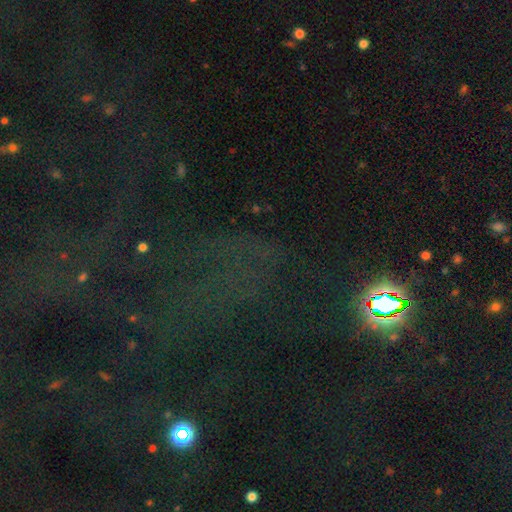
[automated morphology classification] Smooth or featured? Predicted: star or artifact (p=0.76).